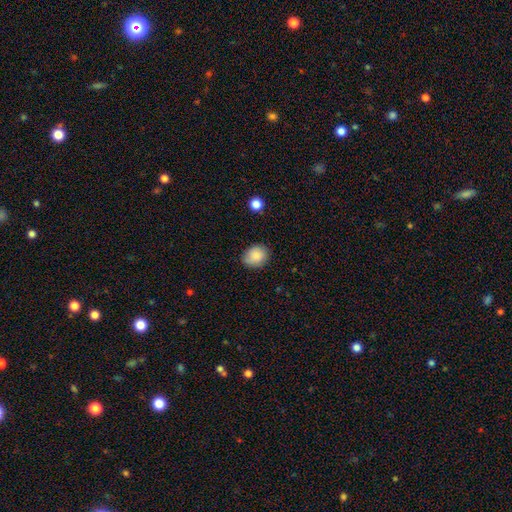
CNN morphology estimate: A smooth galaxy with no disk features (86%) that is round (55%).

Vote fractions:
- Smooth or featured? smooth: 86% / star or artifact: 8% / featured or disk: 6%
- How rounded? round: 55% / in between: 44% / cigar-shaped: 1%
- Merging? none: 78% / minor disturbance: 17% / major disturbance: 3% / merger: 1%